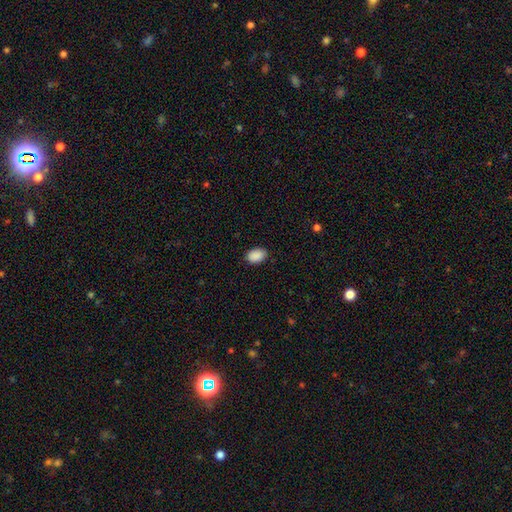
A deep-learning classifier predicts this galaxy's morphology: smooth-or-featured: smooth: 90% | star or artifact: 7% | featured or disk: 3%
  how-rounded: in between: 86% | round: 12% | cigar-shaped: 1%
  merging: none: 85% | minor disturbance: 11% | major disturbance: 2% | merger: 1%